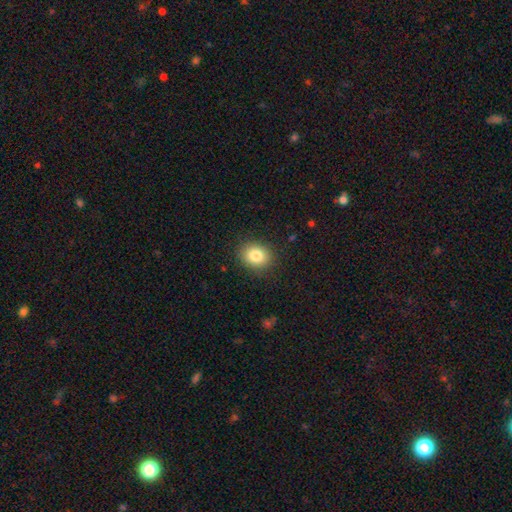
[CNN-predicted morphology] smooth-or-featured: smooth: 83% | star or artifact: 10% | featured or disk: 7%
  how-rounded: round: 62% | in between: 37% | cigar-shaped: 1%
  merging: none: 88% | minor disturbance: 8% | major disturbance: 2% | merger: 1%